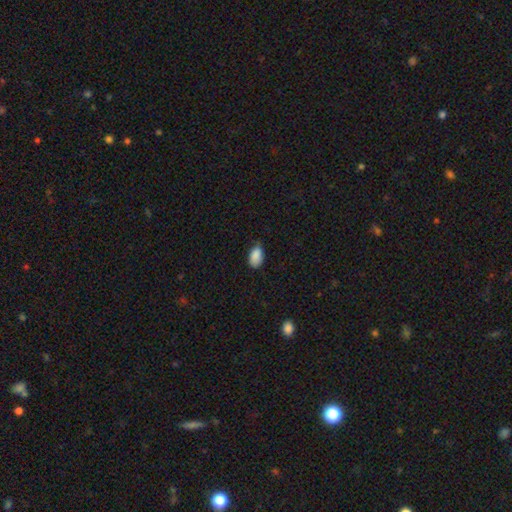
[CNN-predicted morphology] This appears to be a smooth galaxy with no disk features (88%) that is in between round and cigar-shaped (92%). Merging: none (64%).